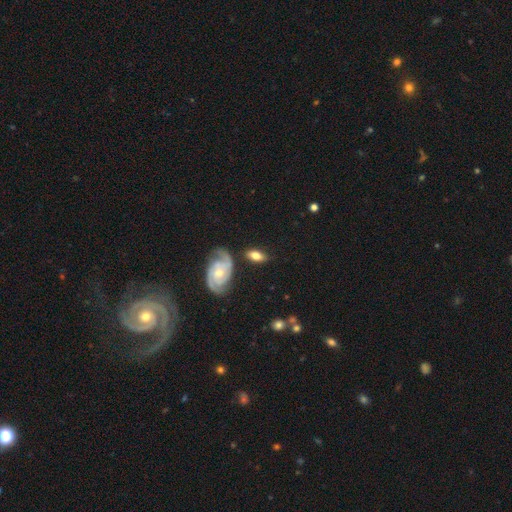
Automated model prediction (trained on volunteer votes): Smooth or featured? smooth (56%)
How rounded? in between (87%)
Merging? none (66%)